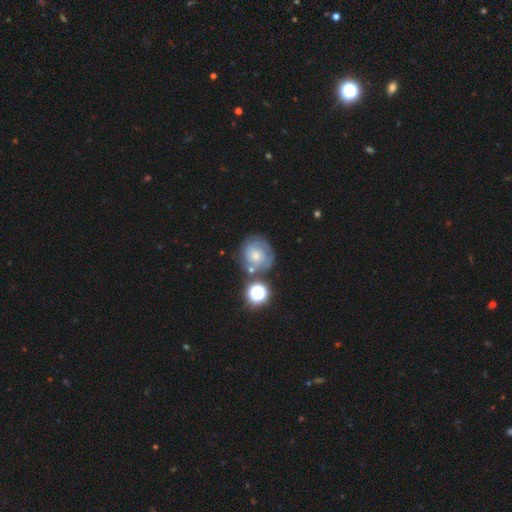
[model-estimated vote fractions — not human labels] Morphology: type=featured or disk (41%); merging=none (65%).